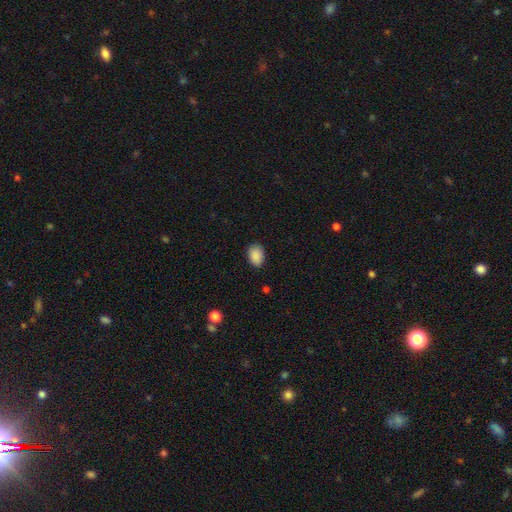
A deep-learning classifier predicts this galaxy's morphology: A smooth galaxy with no disk features (89%) that is in between round and cigar-shaped (78%).

Vote fractions:
- Smooth or featured? smooth: 89% / star or artifact: 8% / featured or disk: 3%
- How rounded? in between: 78% / round: 21% / cigar-shaped: 1%
- Merging? none: 82% / minor disturbance: 14% / major disturbance: 3% / merger: 1%